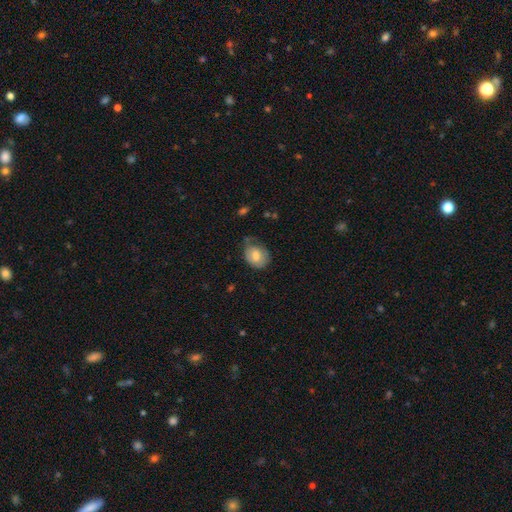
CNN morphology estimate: Q: Smooth or featured?
A: smooth (70%); runner-up: featured or disk (23%)
Q: How rounded?
A: in between (65%); runner-up: round (34%)
Q: Merging?
A: none (48%); runner-up: minor disturbance (34%)